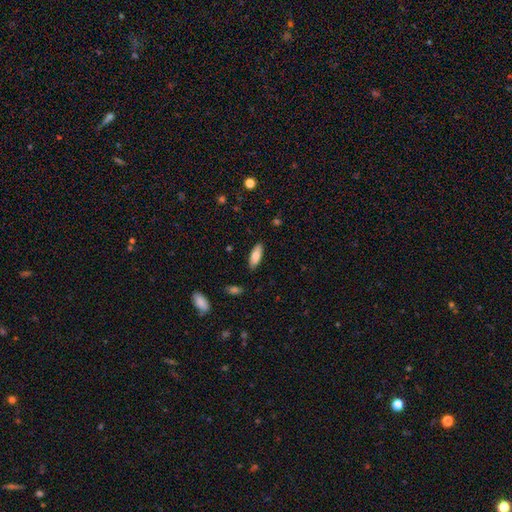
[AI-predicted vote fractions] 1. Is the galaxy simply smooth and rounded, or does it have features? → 80% smooth, 13% featured or disk, 6% star or artifact.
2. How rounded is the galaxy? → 68% in between, 30% cigar-shaped, 2% round.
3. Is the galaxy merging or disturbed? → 88% none, 9% minor disturbance, 2% major disturbance, 1% merger.